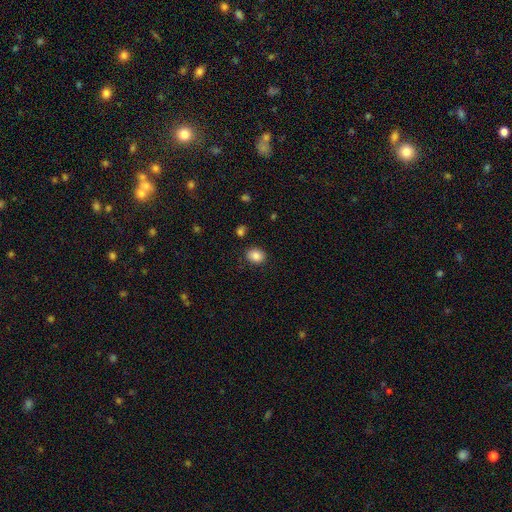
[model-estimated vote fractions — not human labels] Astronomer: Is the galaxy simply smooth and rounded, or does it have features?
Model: smooth — 85%.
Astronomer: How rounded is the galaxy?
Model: round — 50% (runner-up: in between, 49%).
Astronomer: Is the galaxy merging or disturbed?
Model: none — 85%.